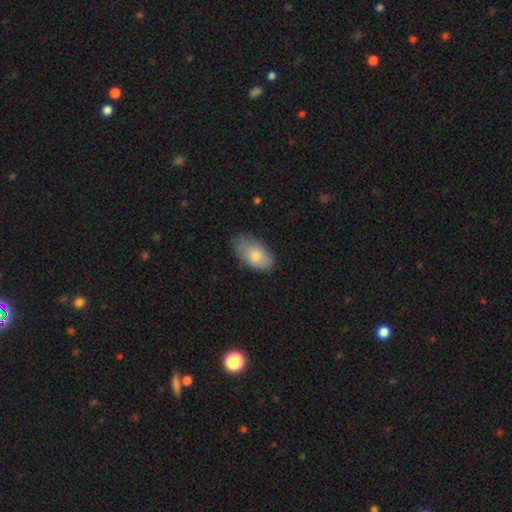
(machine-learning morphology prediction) type=smooth (79%); roundness=in between (94%); merging=none (71%).